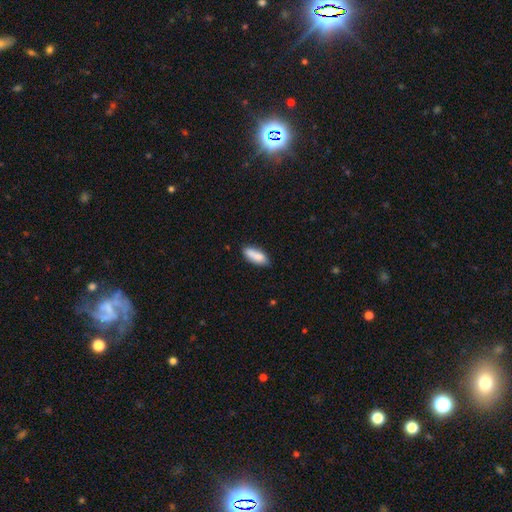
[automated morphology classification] Smooth or featured? smooth (83%)
How rounded? in between (71%)
Merging? none (70%)